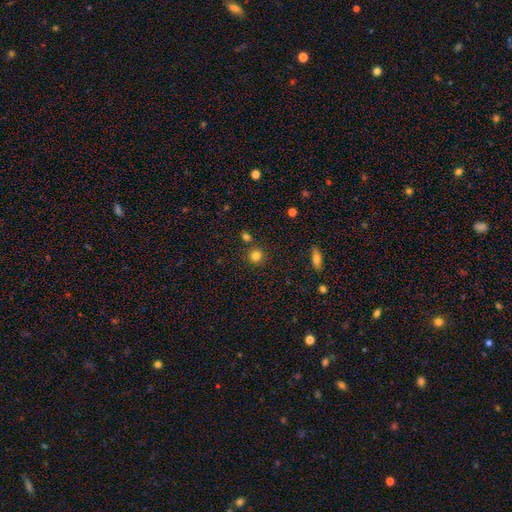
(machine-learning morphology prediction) Smooth or featured? Predicted: smooth (p=0.82). How rounded? Predicted: round (p=0.91). Merging? Predicted: none (p=0.82).